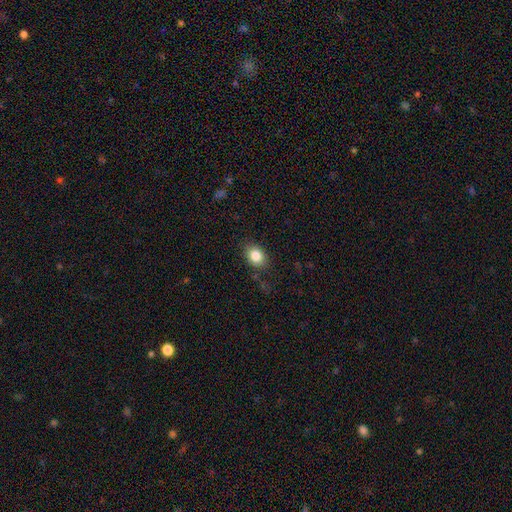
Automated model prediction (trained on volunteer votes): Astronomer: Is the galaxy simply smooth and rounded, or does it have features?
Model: smooth — 84%.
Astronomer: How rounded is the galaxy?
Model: in between — 64%.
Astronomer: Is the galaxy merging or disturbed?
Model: none — 81%.